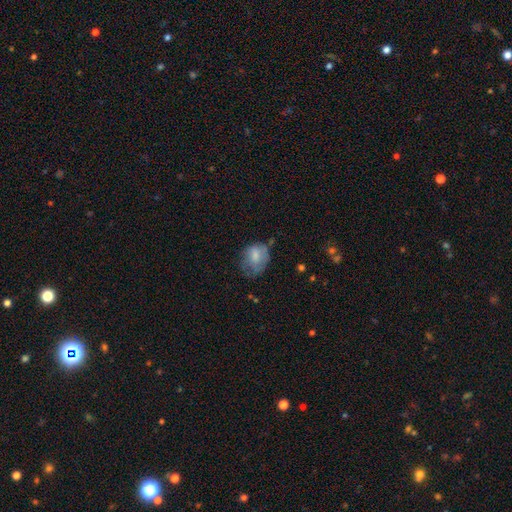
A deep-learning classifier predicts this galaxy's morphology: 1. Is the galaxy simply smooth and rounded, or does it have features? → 67% smooth, 25% featured or disk, 8% star or artifact.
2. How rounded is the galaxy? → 62% in between, 37% round, 1% cigar-shaped.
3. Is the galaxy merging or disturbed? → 41% none, 34% minor disturbance, 22% major disturbance, 3% merger.